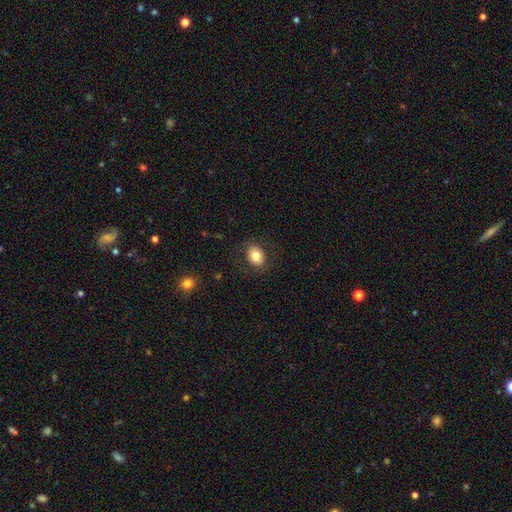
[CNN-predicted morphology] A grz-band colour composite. It shows a smooth galaxy with no disk features (80%) that is in between round and cigar-shaped (58%). Merging: none (85%).